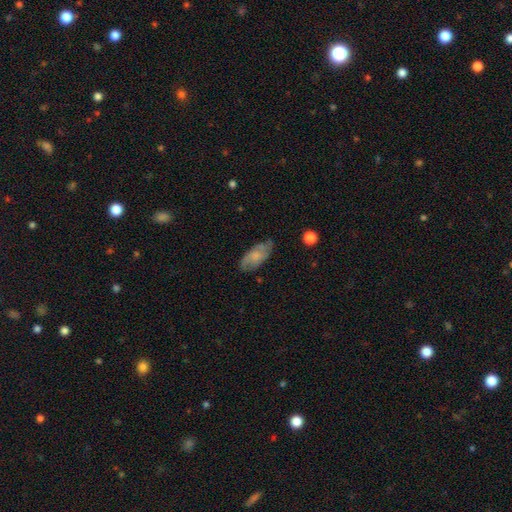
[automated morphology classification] Smooth or featured? Predicted: smooth (p=0.53). How rounded? Predicted: in between (p=0.87). Merging? Predicted: none (p=0.72).